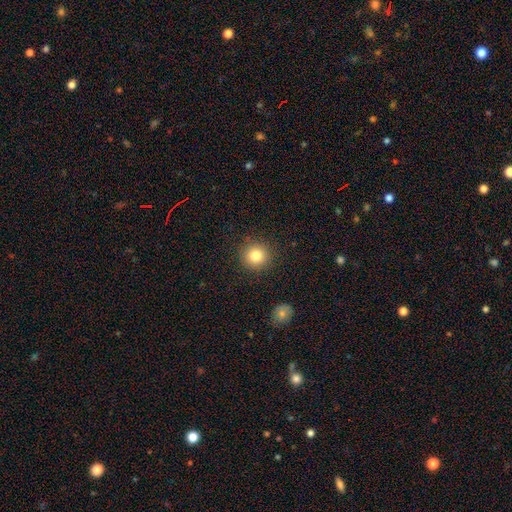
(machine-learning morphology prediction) type=smooth (82%); roundness=round (94%); merging=none (90%).